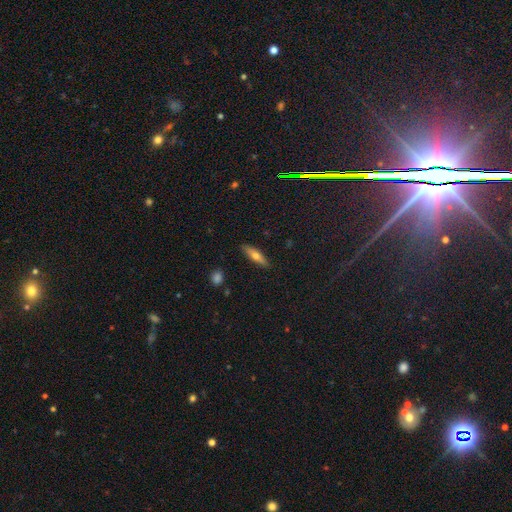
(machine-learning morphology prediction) Smooth or featured? smooth (56%)
How rounded? cigar-shaped (68%)
Merging? none (88%)